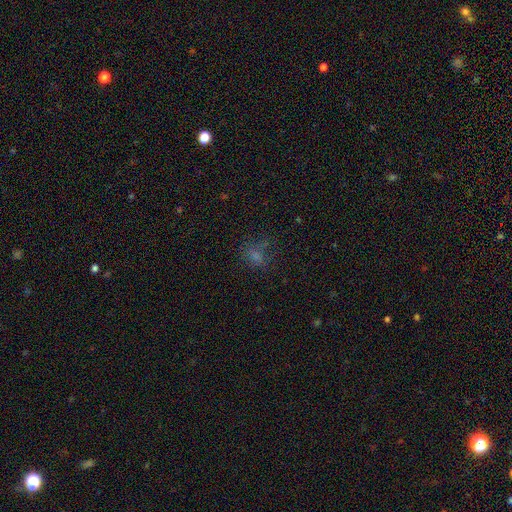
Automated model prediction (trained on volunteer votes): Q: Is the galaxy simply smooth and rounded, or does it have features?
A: smooth — 60%.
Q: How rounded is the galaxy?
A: in between — 56%.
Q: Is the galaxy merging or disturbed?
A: none — 62%.